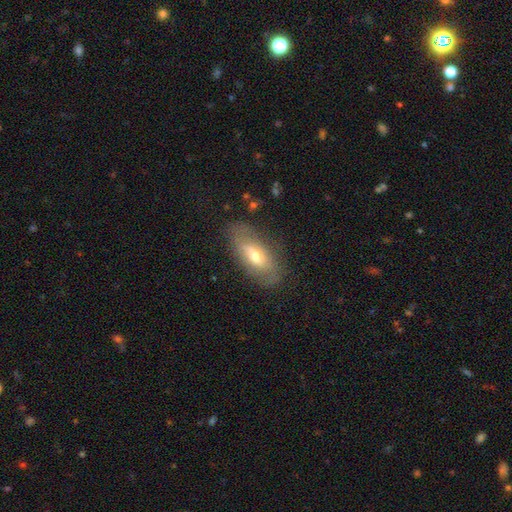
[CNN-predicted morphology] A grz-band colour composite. It shows a smooth galaxy with no disk features (51%) that is in between round and cigar-shaped (80%). Merging: none (73%).